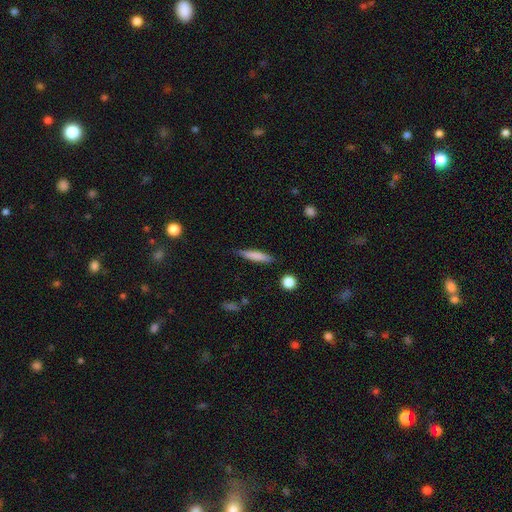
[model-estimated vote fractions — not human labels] smooth_or_featured: smooth (p=0.76) [alt: featured or disk p=0.18]
how_rounded: cigar-shaped (p=0.89) [alt: in between p=0.10]
merging: none (p=0.83) [alt: minor disturbance p=0.13]